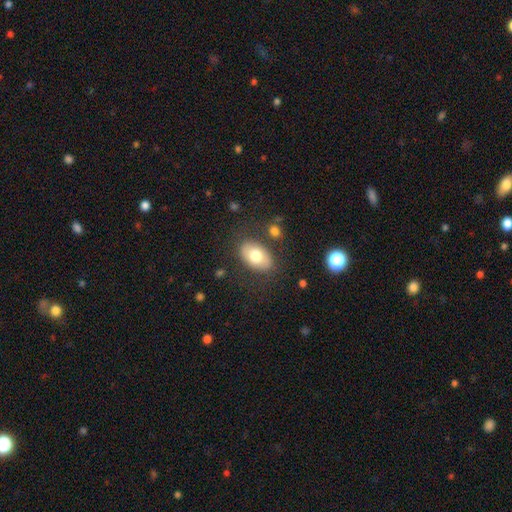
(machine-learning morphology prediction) Overall: smooth (71%). How rounded: in between (89%). Merging: none (79%).